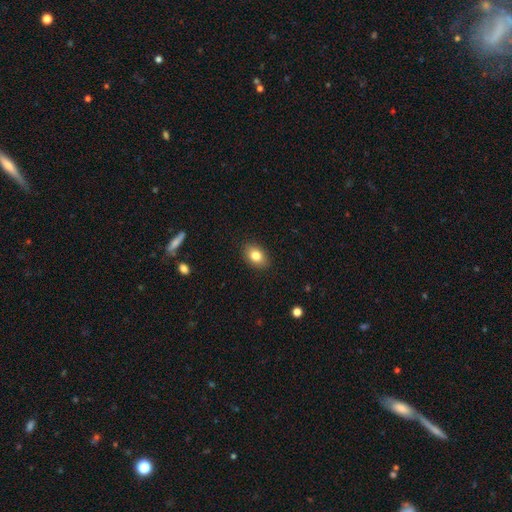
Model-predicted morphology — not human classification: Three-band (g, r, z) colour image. It shows a smooth galaxy with no disk features (82%) that is in between round and cigar-shaped (79%). Merging: none (88%).